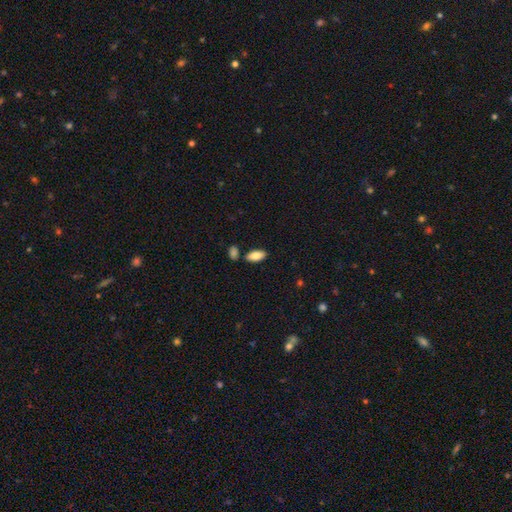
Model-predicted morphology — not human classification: Smooth or featured: smooth — 86% (featured or disk — 8%)
How rounded: in between — 89% (cigar-shaped — 9%)
Merging: none — 81% (minor disturbance — 10%)